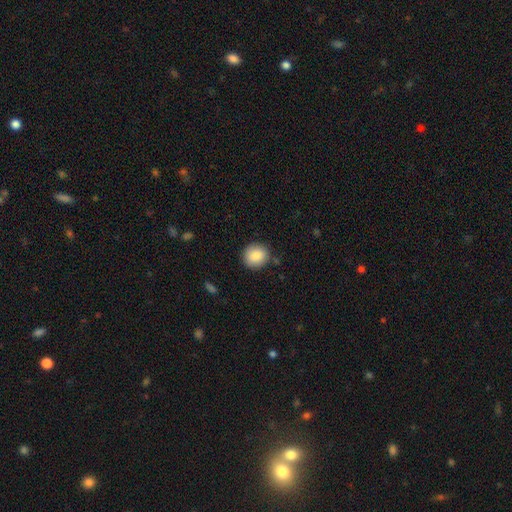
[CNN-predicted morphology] smooth_or_featured: smooth (p=0.87) [alt: star or artifact p=0.07]
how_rounded: round (p=0.86) [alt: in between p=0.13]
merging: none (p=0.87) [alt: minor disturbance p=0.09]